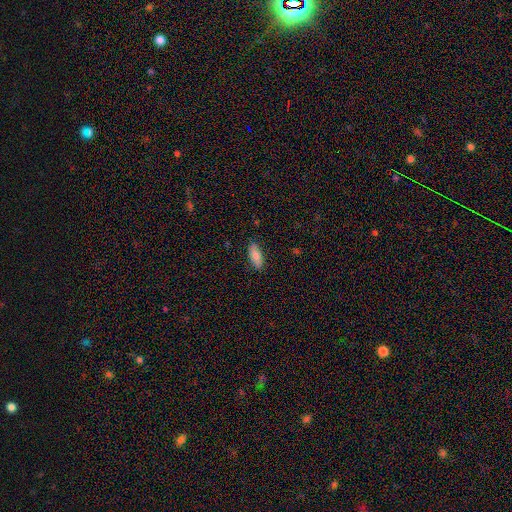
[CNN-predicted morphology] The model was most divided on "how rounded": in between: 78%, cigar-shaped: 20%, round: 2%. More confident: merging — none (87%); smooth or featured — smooth (81%).